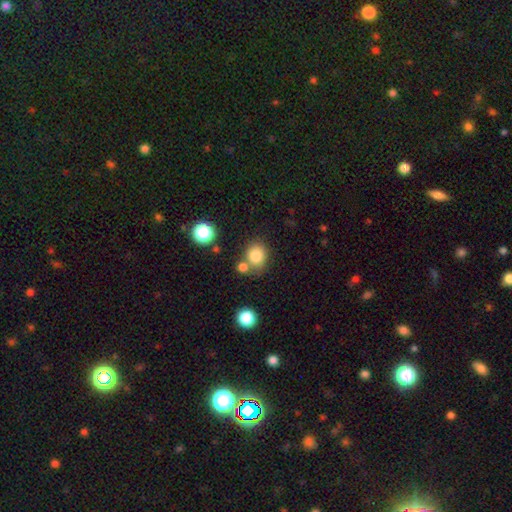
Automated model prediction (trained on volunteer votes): smooth_or_featured: smooth (p=0.82) [alt: star or artifact p=0.10]
how_rounded: round (p=0.67) [alt: in between p=0.32]
merging: none (p=0.64) [alt: merger p=0.19]